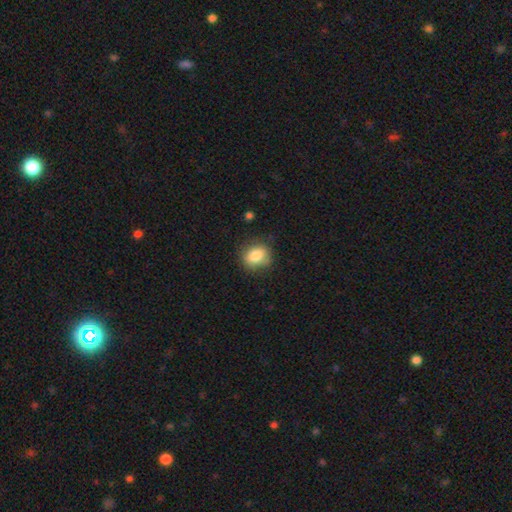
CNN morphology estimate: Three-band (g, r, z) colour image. It shows a smooth galaxy with no disk features (81%) that is round (63%). Merging: none (77%).